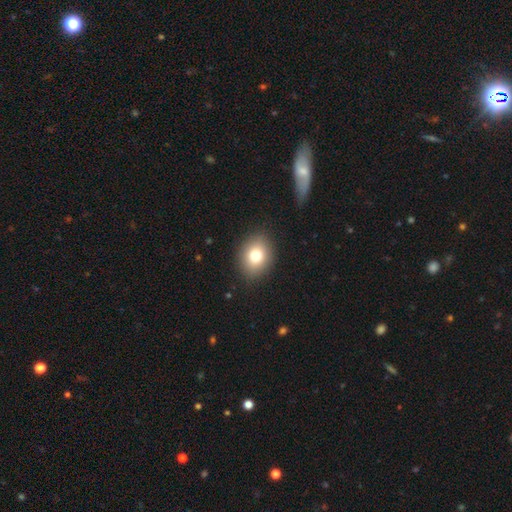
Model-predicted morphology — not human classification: Smooth or featured? Predicted: smooth (p=0.78). How rounded? Predicted: in between (p=0.56). Merging? Predicted: none (p=0.88).